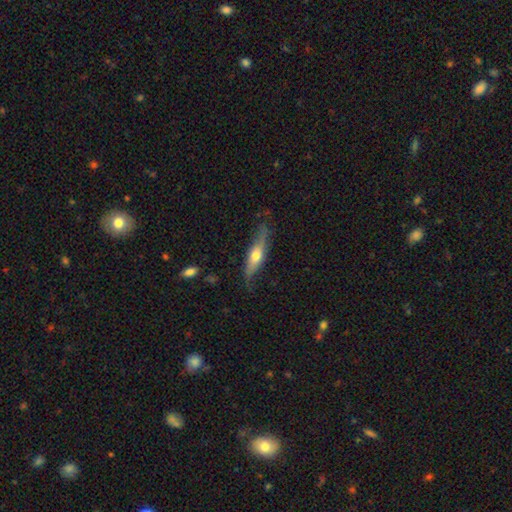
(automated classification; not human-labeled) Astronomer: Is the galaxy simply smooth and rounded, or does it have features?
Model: featured or disk — 52% (runner-up: smooth, 42%).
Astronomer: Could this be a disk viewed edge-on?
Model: yes — 81%.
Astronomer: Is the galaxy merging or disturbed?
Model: none — 65%.